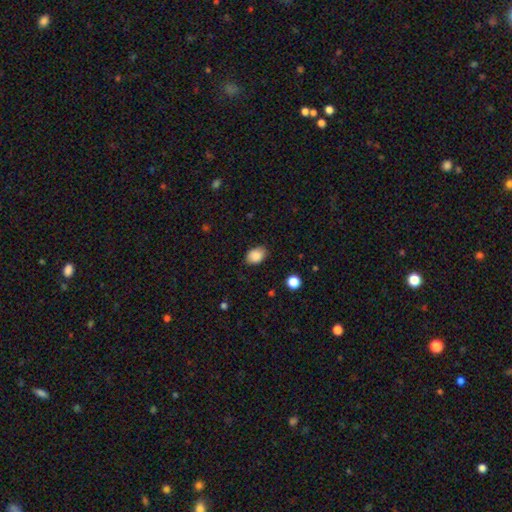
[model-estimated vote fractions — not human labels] This is clearly a smooth galaxy (88%). How rounded: likely in between (76%). Merging: clearly none (82%).